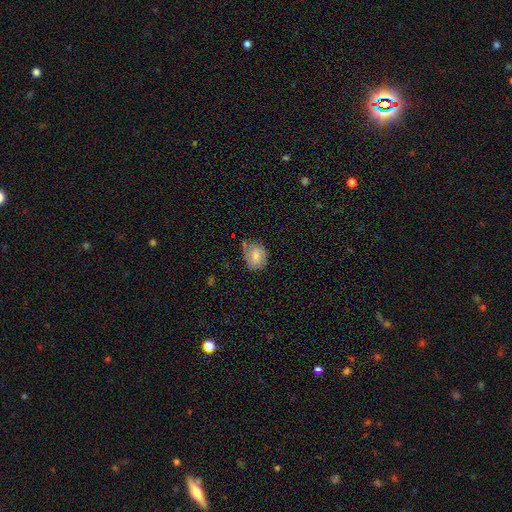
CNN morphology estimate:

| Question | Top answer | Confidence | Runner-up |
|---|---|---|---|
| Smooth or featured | smooth | 70% | featured or disk (22%) |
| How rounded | in between | 56% | round (43%) |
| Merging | none | 51% | minor disturbance (35%) |